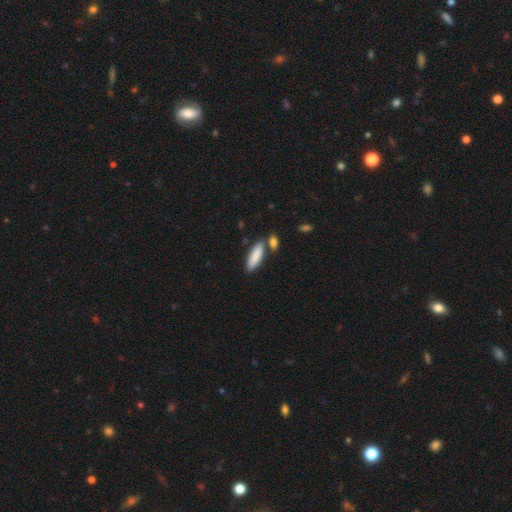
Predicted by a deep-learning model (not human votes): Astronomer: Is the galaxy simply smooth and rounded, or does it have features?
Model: smooth — 87%.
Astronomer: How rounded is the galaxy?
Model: cigar-shaped — 49%, tied with in between at 49%.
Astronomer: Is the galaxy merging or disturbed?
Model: none — 72%.